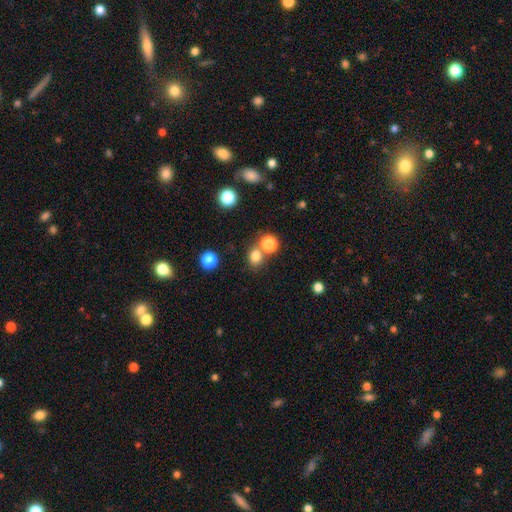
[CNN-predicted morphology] Smooth or featured?
  - smooth: 79% *
  - star or artifact: 15%
  - featured or disk: 6%
How rounded?
  - round: 72% *
  - in between: 27%
  - cigar-shaped: 1%
Merging?
  - none: 62% *
  - merger: 26%
  - minor disturbance: 8%
  - major disturbance: 3%